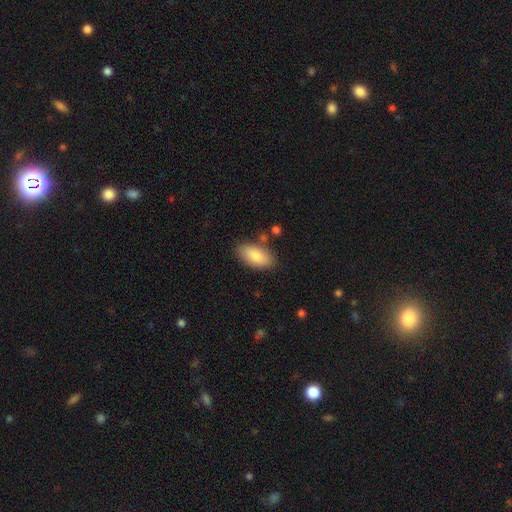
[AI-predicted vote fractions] smooth_or_featured: smooth (p=0.81) [alt: featured or disk p=0.12]
how_rounded: in between (p=0.93) [alt: cigar-shaped p=0.04]
merging: none (p=0.80) [alt: minor disturbance p=0.13]